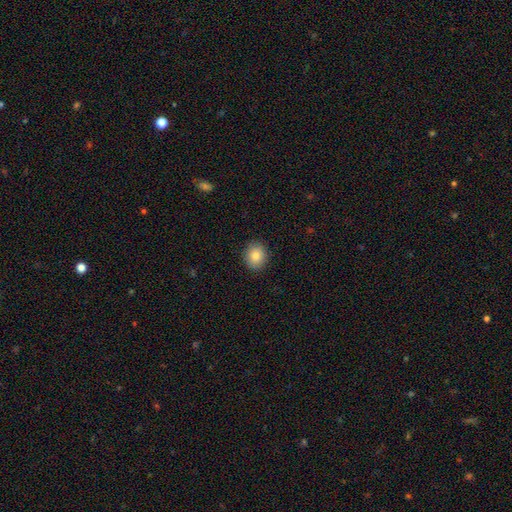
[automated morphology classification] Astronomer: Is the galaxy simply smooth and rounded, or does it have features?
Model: smooth — 86%.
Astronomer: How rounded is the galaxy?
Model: round — 66%.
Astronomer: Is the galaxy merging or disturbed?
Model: none — 90%.